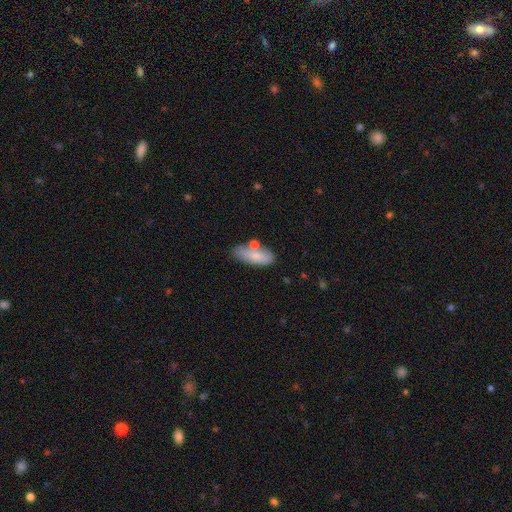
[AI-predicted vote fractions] A smooth galaxy with no disk features (79%) that is in between round and cigar-shaped (70%).

Vote fractions:
- Smooth or featured? smooth: 79% / featured or disk: 15% / star or artifact: 7%
- How rounded? in between: 70% / cigar-shaped: 27% / round: 3%
- Merging? none: 61% / minor disturbance: 20% / merger: 13% / major disturbance: 5%